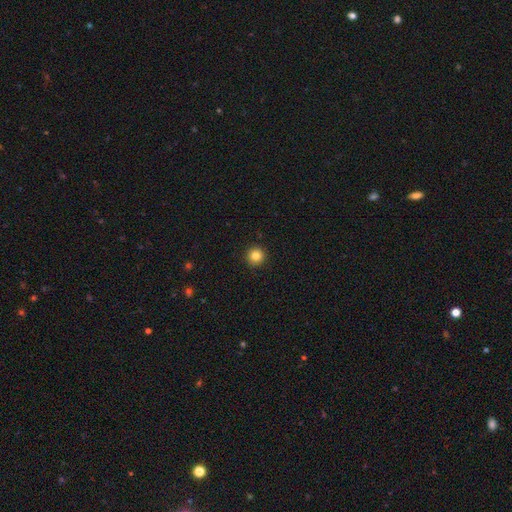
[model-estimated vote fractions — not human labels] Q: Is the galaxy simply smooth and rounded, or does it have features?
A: smooth — 83%.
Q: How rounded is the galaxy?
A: round — 96%.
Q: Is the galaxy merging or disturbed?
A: none — 93%.